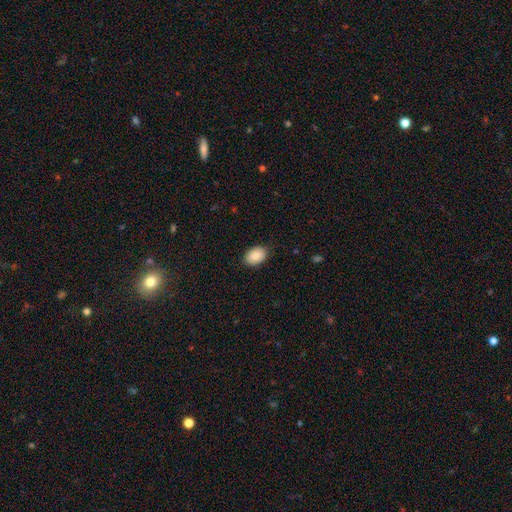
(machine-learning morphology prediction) Q: Smooth or featured?
A: smooth (89%); runner-up: star or artifact (7%)
Q: How rounded?
A: in between (85%); runner-up: round (14%)
Q: Merging?
A: none (87%); runner-up: minor disturbance (10%)